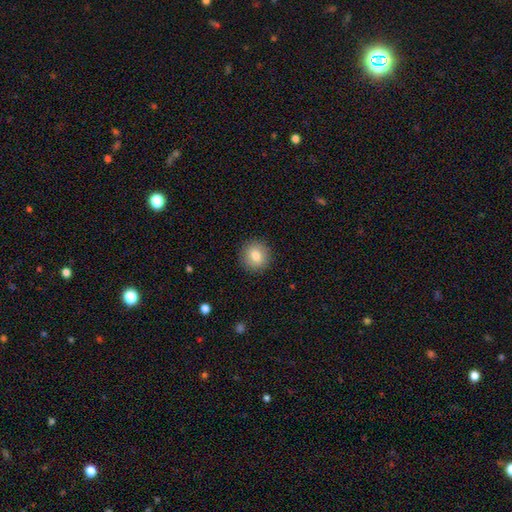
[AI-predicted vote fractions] Overall: smooth (81%). How rounded: round (91%). Merging: none (90%).